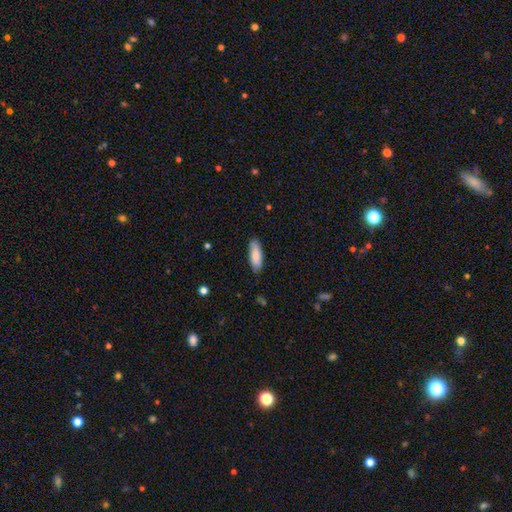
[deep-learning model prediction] Morphology: type=smooth (84%); roundness=in between (58%); merging=none (85%).